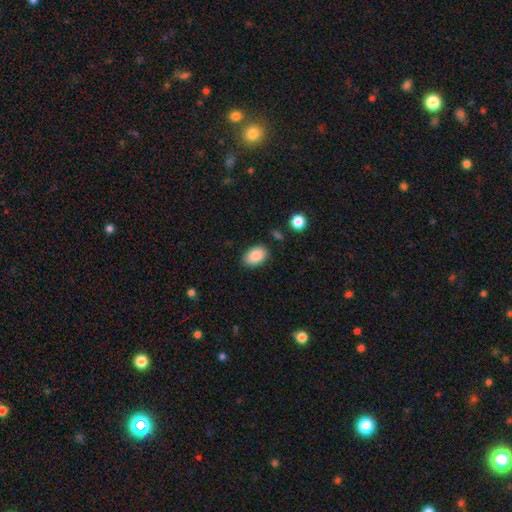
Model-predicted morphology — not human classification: A smooth galaxy with no disk features (88%) that is in between round and cigar-shaped (89%). Merging: none (83%).